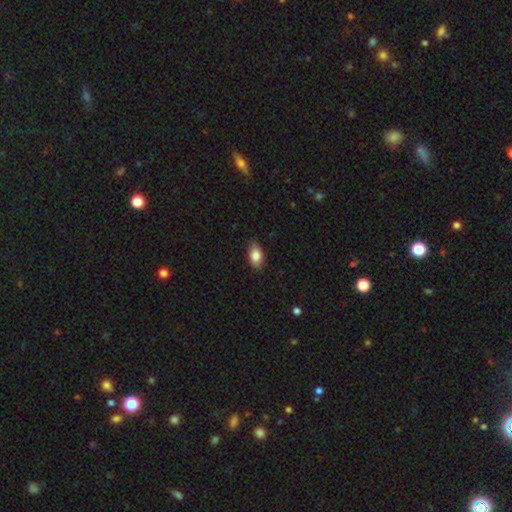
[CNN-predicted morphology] Overall: smooth (83%). How rounded: in between (90%). Merging: none (84%).